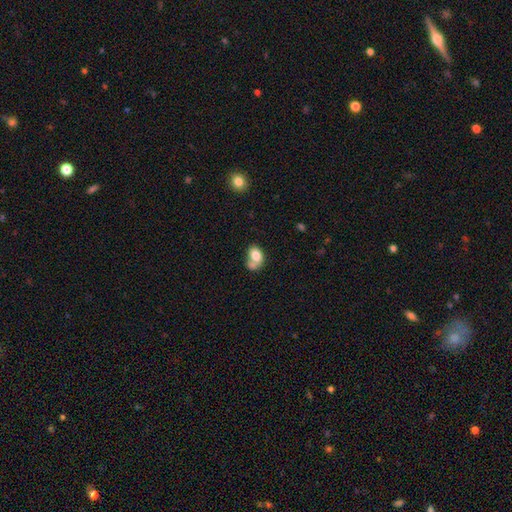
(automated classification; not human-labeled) Smooth or featured? smooth (75%)
How rounded? in between (75%)
Merging? merger (50%)